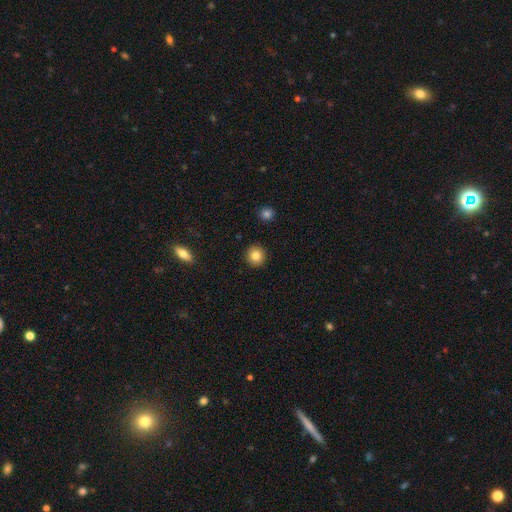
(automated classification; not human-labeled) The model was most divided on "smooth or featured": smooth: 83%, star or artifact: 10%, featured or disk: 7%. More confident: how rounded — round (93%); merging — none (93%).